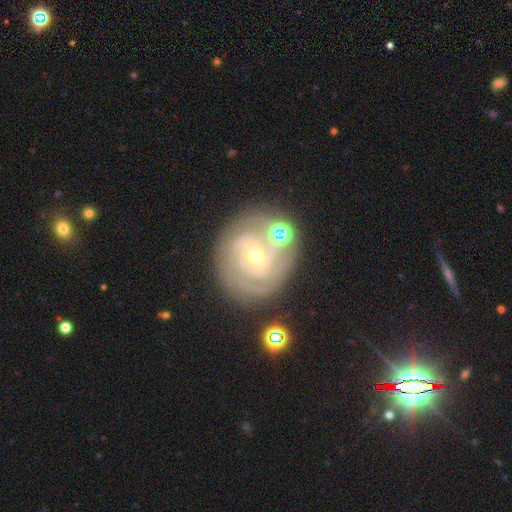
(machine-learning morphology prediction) A featured or disk galaxy (90%) with no bar (44%), 3 (35%) tight (79%) spiral arms (98%) and a small central bulge (73%). Merging: none (73%).